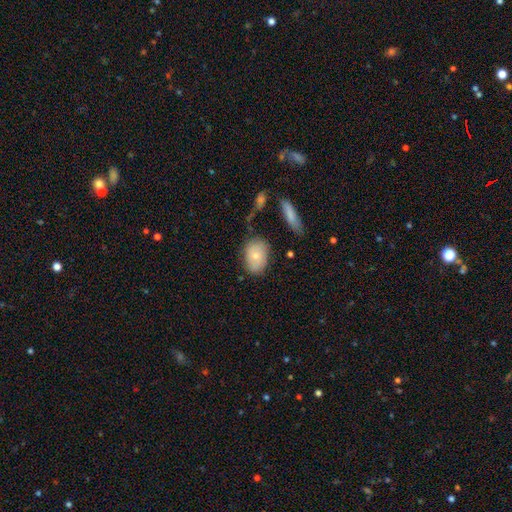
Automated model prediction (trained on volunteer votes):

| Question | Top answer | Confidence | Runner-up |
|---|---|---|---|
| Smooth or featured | smooth | 69% | featured or disk (25%) |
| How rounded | in between | 80% | round (18%) |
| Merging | none | 72% | minor disturbance (19%) |